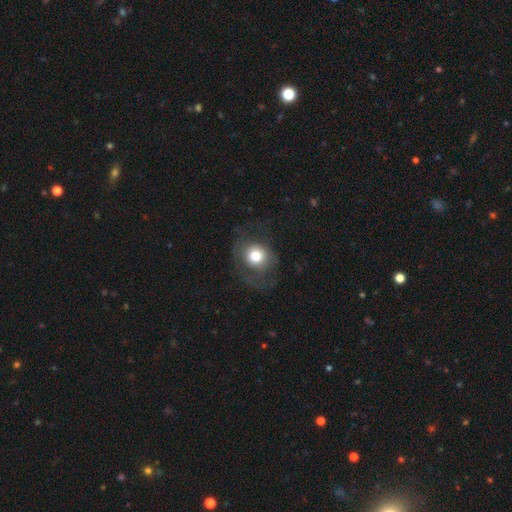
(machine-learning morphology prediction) Smooth or featured: smooth — 70% (featured or disk — 19%)
How rounded: round — 78% (in between — 21%)
Merging: none — 61% (major disturbance — 19%)